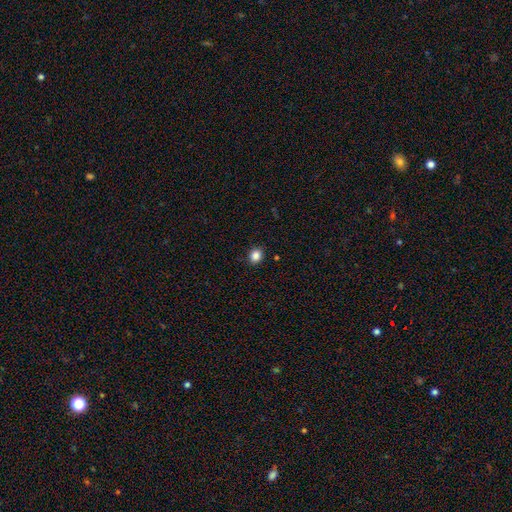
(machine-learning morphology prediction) This appears to be a smooth galaxy with no disk features (86%) that is round (65%). Merging: none (89%).